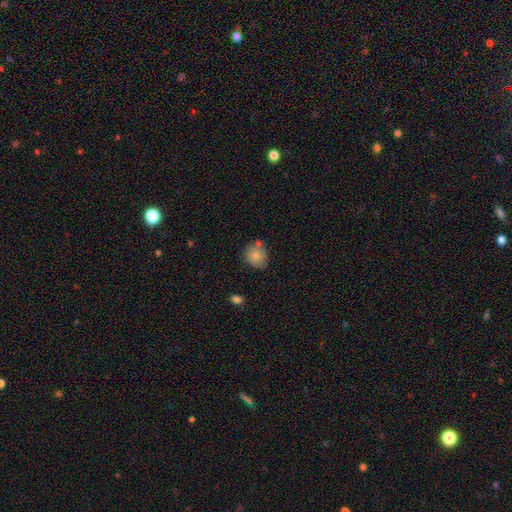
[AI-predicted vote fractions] Smooth or featured: smooth — 82% (featured or disk — 9%)
How rounded: round — 74% (in between — 25%)
Merging: none — 66% (minor disturbance — 20%)